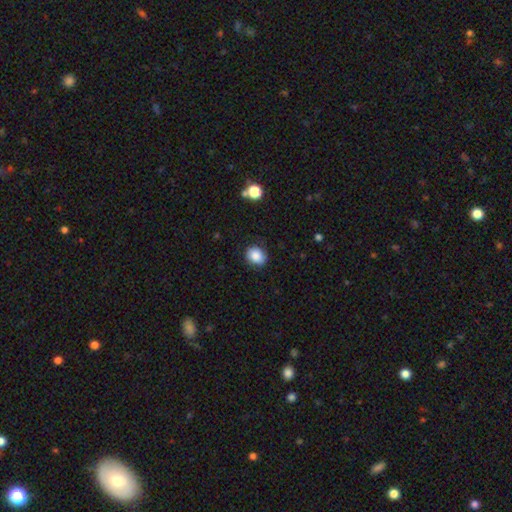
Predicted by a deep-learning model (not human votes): Smooth or featured? Predicted: smooth (p=0.86). How rounded? Predicted: round (p=0.55). Merging? Predicted: none (p=0.84).